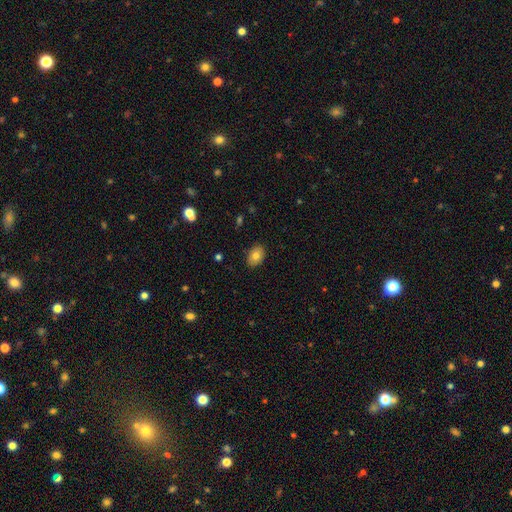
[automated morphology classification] smooth 79%, featured or disk 12%, star or artifact 8%. Down the decision tree: how rounded — in between (77%); merging — none (89%).